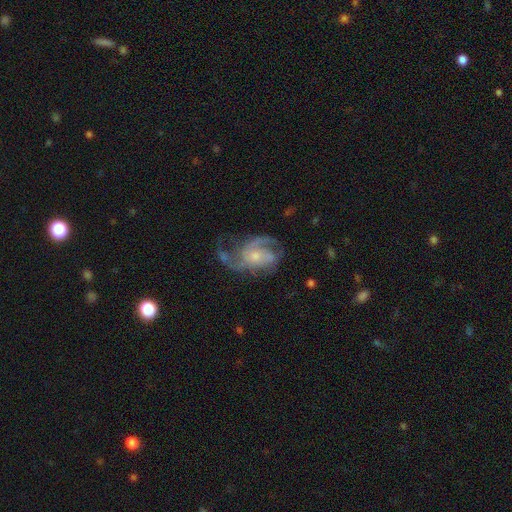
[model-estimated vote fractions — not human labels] smooth_or_featured: featured or disk (p=0.85) [alt: smooth p=0.10]
disk_edge_on: no (p=0.98) [alt: yes p=0.02]
bar: no (p=0.67) [alt: weak p=0.28]
has_spiral_arms: yes (p=0.94) [alt: no p=0.06]
spiral_winding: medium (p=0.50) [alt: tight p=0.25]
spiral_arm_count: 2 (p=0.50) [alt: 3 p=0.22]
bulge_size: small (p=0.57) [alt: moderate p=0.34]
merging: none (p=0.48) [alt: major disturbance p=0.27]